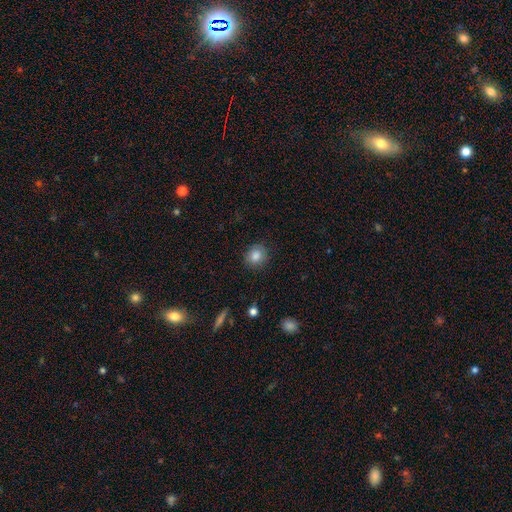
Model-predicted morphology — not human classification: type=smooth (83%); roundness=round (76%); merging=none (84%).